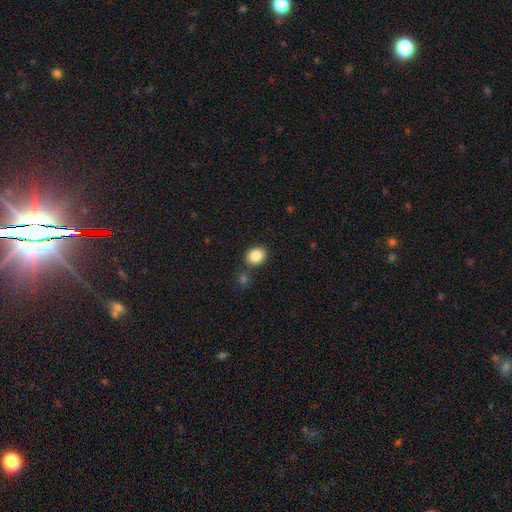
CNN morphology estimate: smooth 86%, star or artifact 8%, featured or disk 5%. Down the decision tree: how rounded — round (54%); merging — none (80%).